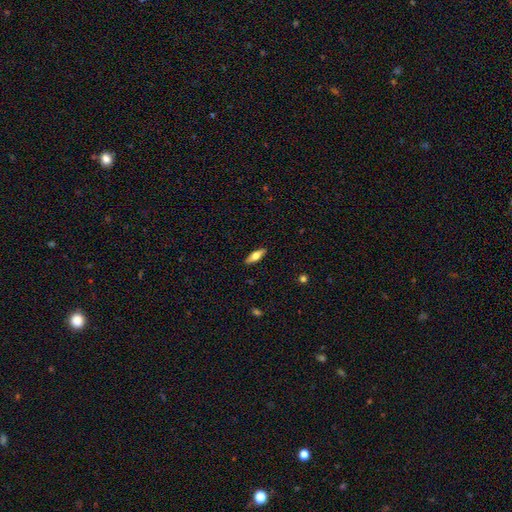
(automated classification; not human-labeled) This appears to be a smooth galaxy with no disk features (60%) that is in between round and cigar-shaped (55%). Merging: none (89%).